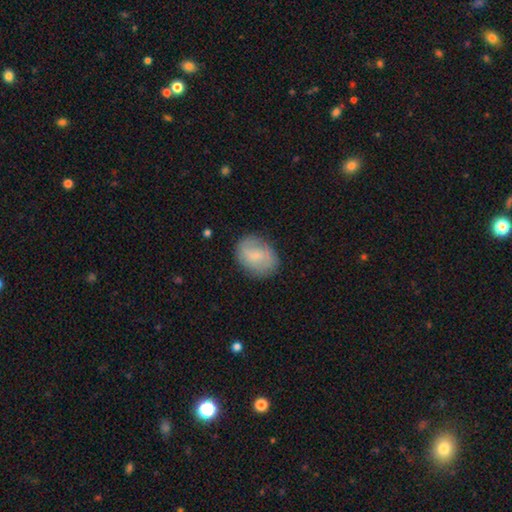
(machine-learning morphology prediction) Smooth or featured? smooth (61%)
How rounded? in between (66%)
Merging? none (76%)